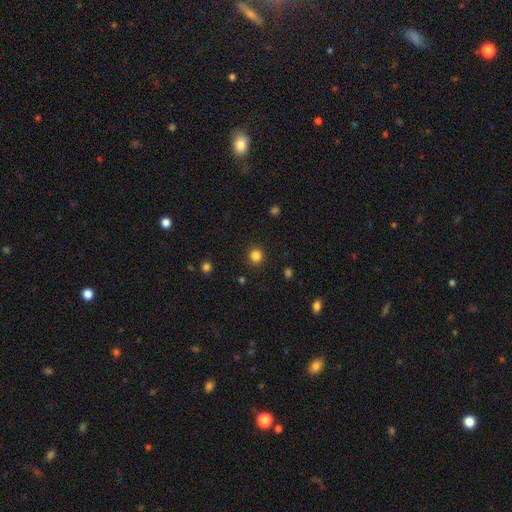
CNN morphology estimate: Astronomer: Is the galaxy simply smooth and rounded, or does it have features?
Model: smooth — 83%.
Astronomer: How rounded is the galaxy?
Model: round — 92%.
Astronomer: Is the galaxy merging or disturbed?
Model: none — 91%.